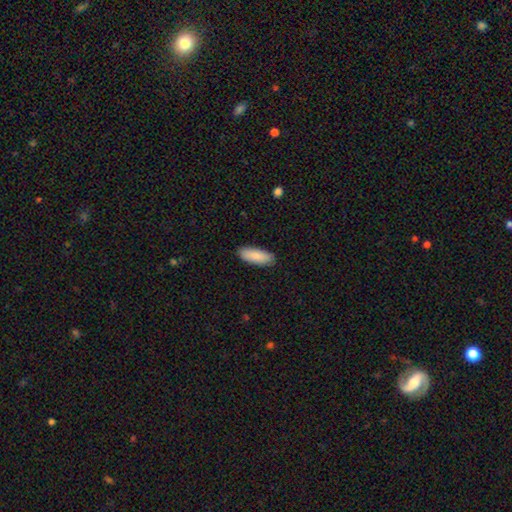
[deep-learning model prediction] Smooth or featured: smooth — 88% (featured or disk — 7%)
How rounded: in between — 73% (cigar-shaped — 25%)
Merging: none — 88% (minor disturbance — 9%)